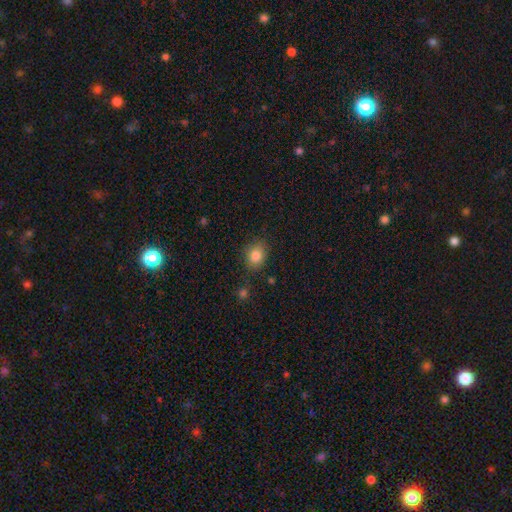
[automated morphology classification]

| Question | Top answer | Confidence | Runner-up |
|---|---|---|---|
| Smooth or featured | smooth | 82% | star or artifact (10%) |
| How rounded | round | 52% | in between (47%) |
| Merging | none | 80% | minor disturbance (14%) |